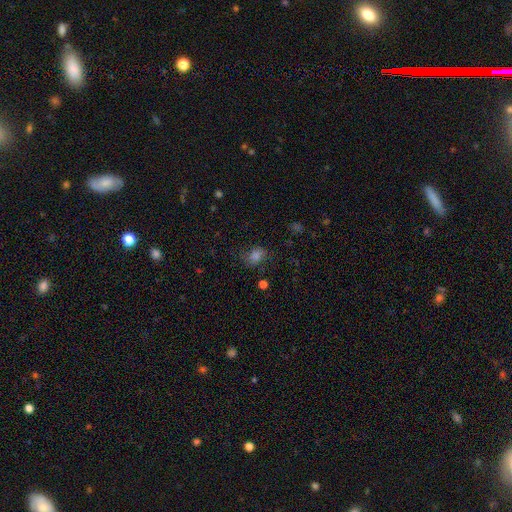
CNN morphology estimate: smooth-or-featured: smooth: 69% | star or artifact: 18% | featured or disk: 13%
  how-rounded: in between: 57% | round: 42% | cigar-shaped: 1%
  merging: none: 64% | minor disturbance: 23% | major disturbance: 12% | merger: 2%